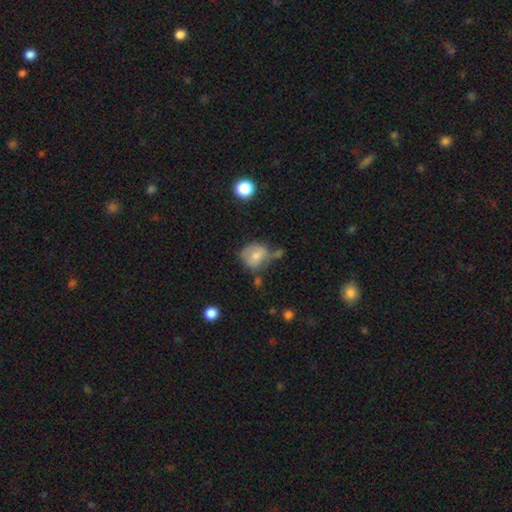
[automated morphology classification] Q: Smooth or featured?
A: smooth (65%); runner-up: featured or disk (25%)
Q: How rounded?
A: round (71%); runner-up: in between (28%)
Q: Merging?
A: none (42%); runner-up: minor disturbance (27%)